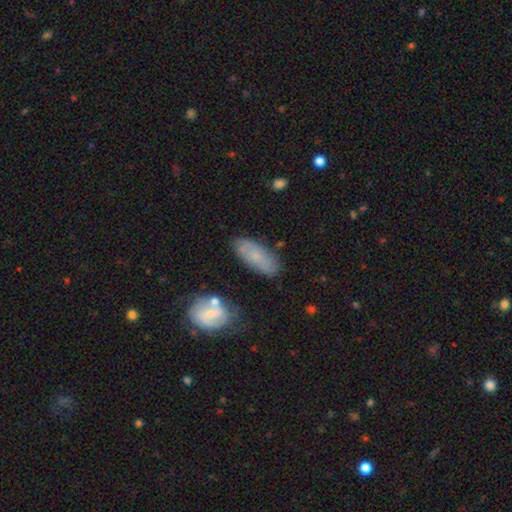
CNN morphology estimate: A smooth galaxy with no disk features (60%) that is in between round and cigar-shaped (82%).

Vote fractions:
- Smooth or featured? smooth: 60% / featured or disk: 32% / star or artifact: 8%
- How rounded? in between: 82% / cigar-shaped: 15% / round: 3%
- Merging? none: 73% / minor disturbance: 18% / major disturbance: 5% / merger: 5%